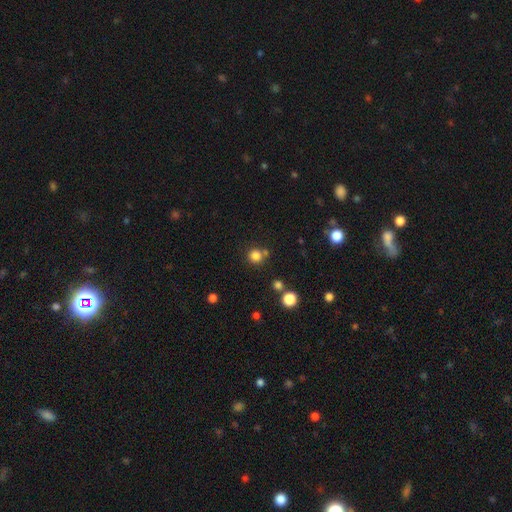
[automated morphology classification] type=smooth (80%); roundness=round (92%); merging=none (73%).